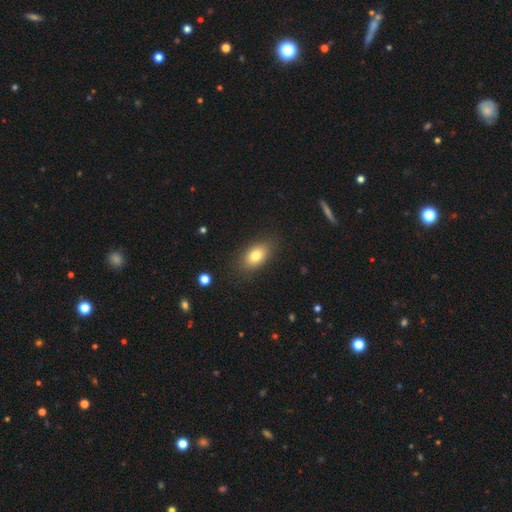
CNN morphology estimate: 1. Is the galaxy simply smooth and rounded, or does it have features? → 79% smooth, 12% featured or disk, 9% star or artifact.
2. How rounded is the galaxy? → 86% in between, 11% round, 3% cigar-shaped.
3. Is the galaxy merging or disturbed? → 84% none, 11% minor disturbance, 4% major disturbance, 1% merger.